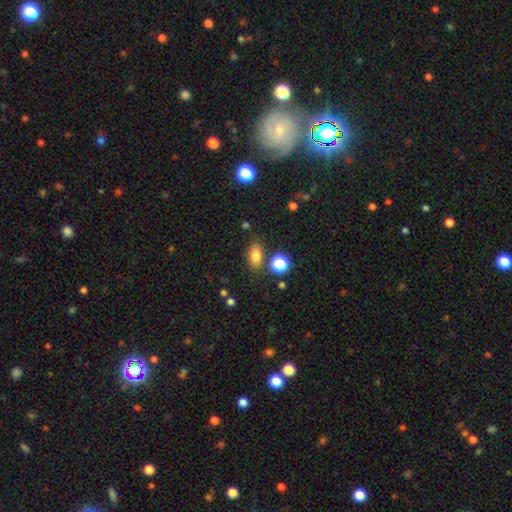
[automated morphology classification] Smooth or featured?
  - smooth: 77% *
  - star or artifact: 14%
  - featured or disk: 9%
How rounded?
  - in between: 79% *
  - round: 15%
  - cigar-shaped: 6%
Merging?
  - none: 78% *
  - minor disturbance: 12%
  - merger: 7%
  - major disturbance: 4%